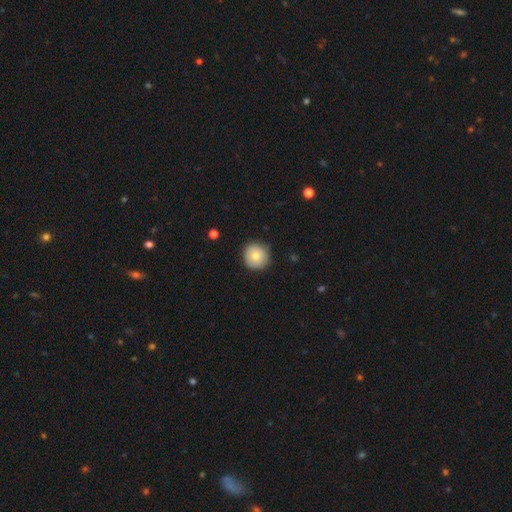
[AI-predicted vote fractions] This appears to be a smooth galaxy with no disk features (78%) that is round (94%). Merging: none (85%).